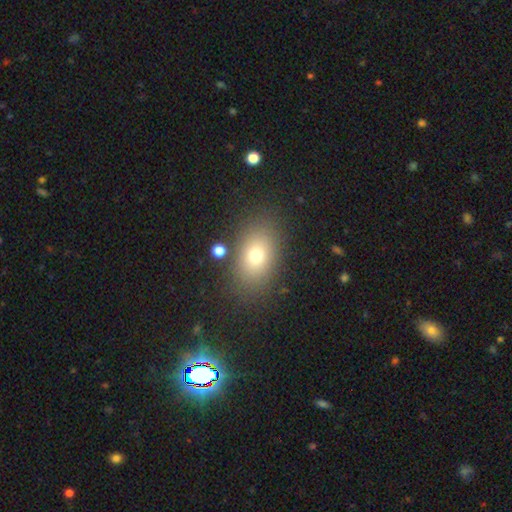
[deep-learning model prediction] This is likely a smooth galaxy (73%). How rounded: clearly in between (82%). Merging: clearly none (84%).